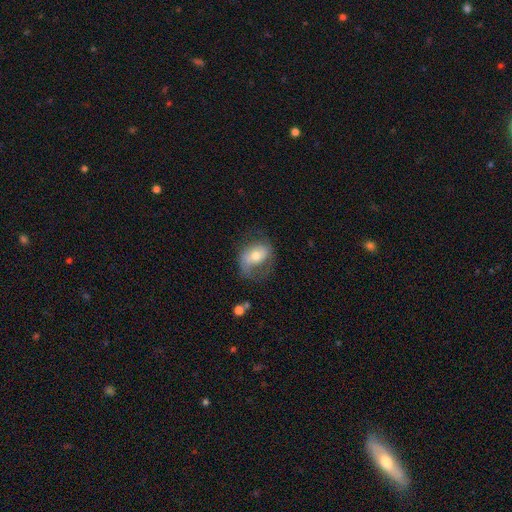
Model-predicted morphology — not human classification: Smooth or featured? Predicted: featured or disk (p=0.47). Merging? Predicted: none (p=0.43).